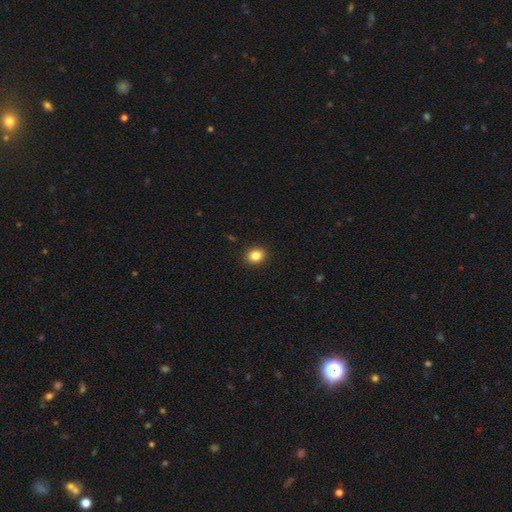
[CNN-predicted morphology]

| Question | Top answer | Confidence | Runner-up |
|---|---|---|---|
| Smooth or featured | smooth | 85% | star or artifact (10%) |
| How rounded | round | 63% | in between (36%) |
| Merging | none | 91% | minor disturbance (6%) |